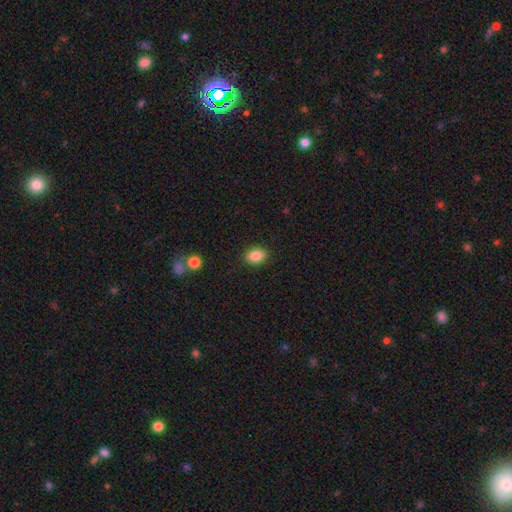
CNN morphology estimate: This appears to be a smooth galaxy with no disk features (86%) that is in between round and cigar-shaped (69%). Merging: none (89%).